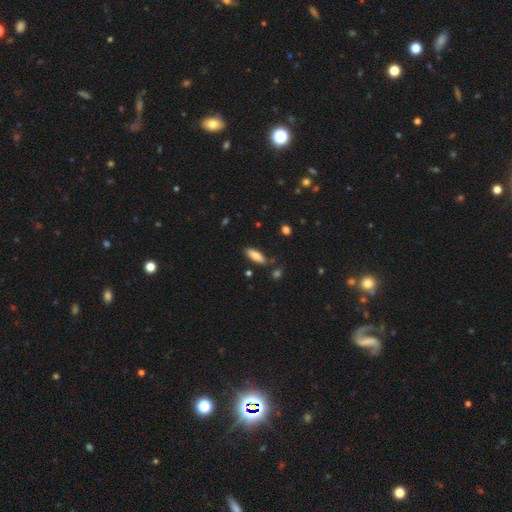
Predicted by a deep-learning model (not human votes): smooth-or-featured: smooth: 82% | featured or disk: 12% | star or artifact: 7%
  how-rounded: in between: 57% | cigar-shaped: 41% | round: 2%
  merging: none: 81% | minor disturbance: 12% | merger: 4% | major disturbance: 3%